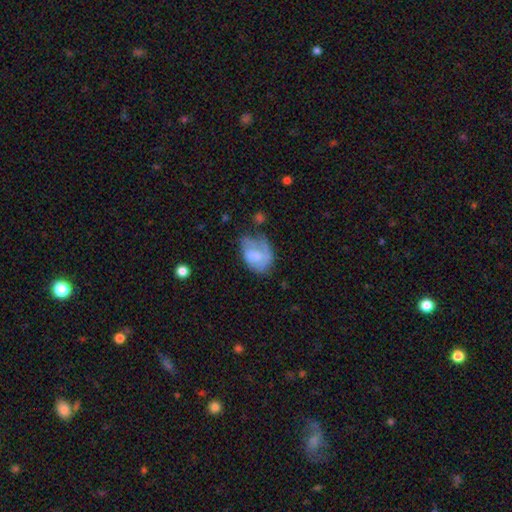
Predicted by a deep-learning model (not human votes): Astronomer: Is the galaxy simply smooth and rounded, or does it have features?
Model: smooth — 50% (runner-up: featured or disk, 42%).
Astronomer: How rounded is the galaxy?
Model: in between — 75%.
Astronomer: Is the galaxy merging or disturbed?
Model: minor disturbance — 33% (runner-up: major disturbance, 32%).